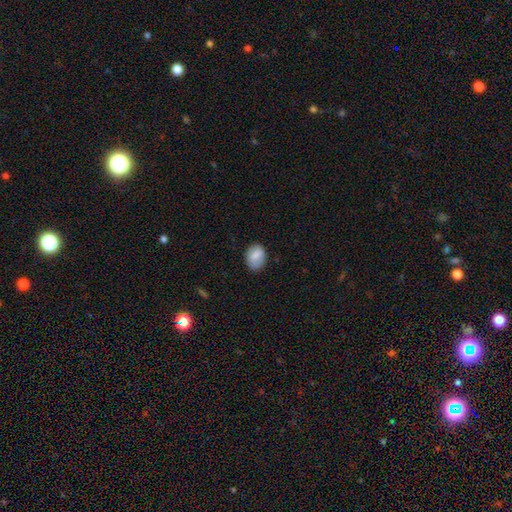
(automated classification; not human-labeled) smooth_or_featured: smooth (p=0.83) [alt: featured or disk p=0.10]
how_rounded: in between (p=0.73) [alt: round p=0.26]
merging: none (p=0.80) [alt: minor disturbance p=0.16]